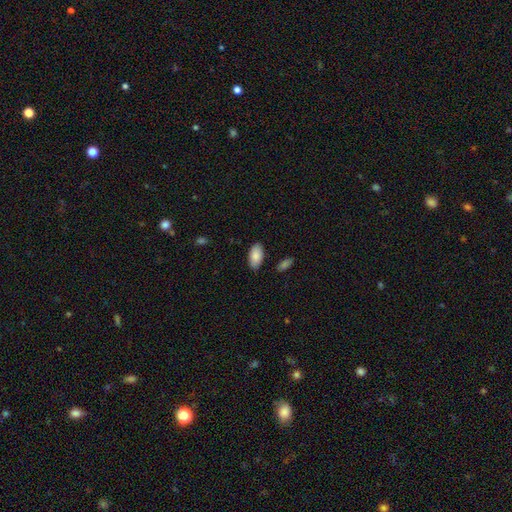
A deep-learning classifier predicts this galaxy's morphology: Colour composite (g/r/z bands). It shows a smooth galaxy with no disk features (87%) that is in between round and cigar-shaped (95%). Merging: none (86%).